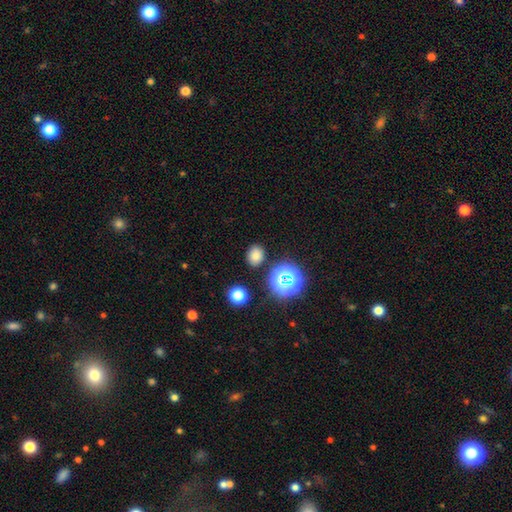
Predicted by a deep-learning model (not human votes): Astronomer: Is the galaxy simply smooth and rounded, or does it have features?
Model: smooth — 74%.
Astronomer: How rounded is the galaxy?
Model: round — 53% (runner-up: in between, 46%).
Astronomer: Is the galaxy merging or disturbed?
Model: none — 85%.